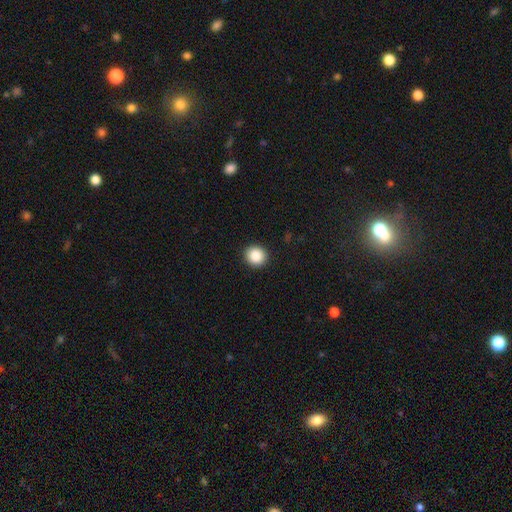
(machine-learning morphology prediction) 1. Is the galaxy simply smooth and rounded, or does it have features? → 88% smooth, 9% star or artifact, 3% featured or disk.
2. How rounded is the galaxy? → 90% round, 9% in between, 1% cigar-shaped.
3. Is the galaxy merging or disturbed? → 92% none, 5% minor disturbance, 2% major disturbance, 1% merger.